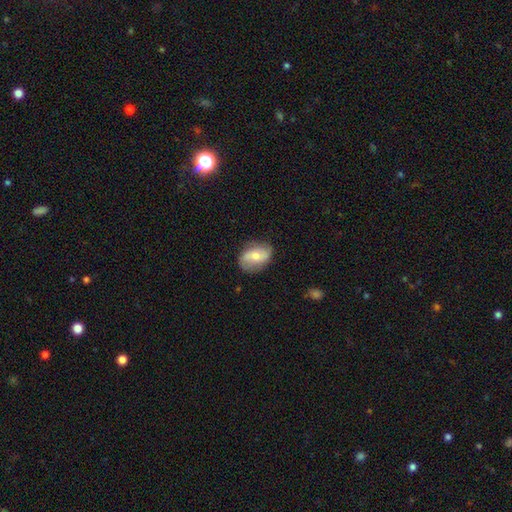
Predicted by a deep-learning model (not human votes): Overall: smooth (48%; featured or disk 45%). Merging: none (76%).